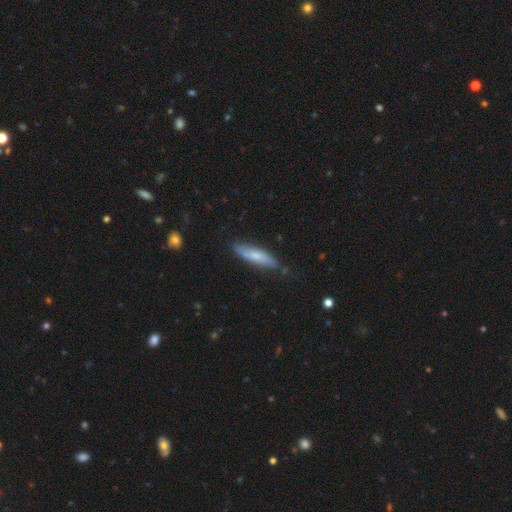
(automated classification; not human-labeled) This is likely a smooth galaxy (68%). How rounded: likely cigar-shaped (74%). Merging: likely none (76%).